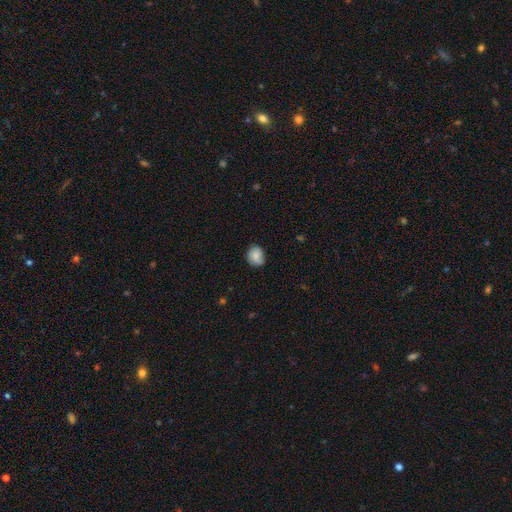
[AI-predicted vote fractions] The model was most divided on "how rounded": round: 65%, in between: 34%, cigar-shaped: 1%. More confident: smooth or featured — smooth (73%); merging — none (68%).